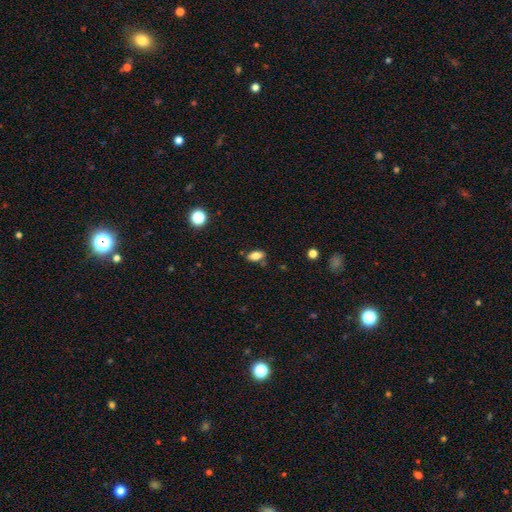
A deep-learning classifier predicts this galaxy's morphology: Q: Smooth or featured?
A: smooth (80%); runner-up: featured or disk (11%)
Q: How rounded?
A: in between (87%); runner-up: cigar-shaped (7%)
Q: Merging?
A: none (78%); runner-up: minor disturbance (14%)